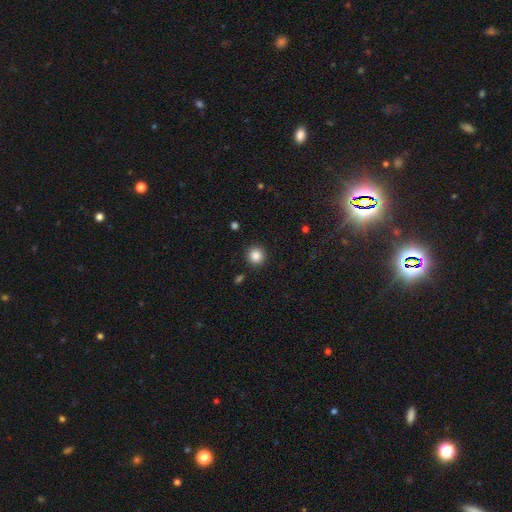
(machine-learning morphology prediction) The model was most divided on "smooth or featured": smooth: 85%, star or artifact: 11%, featured or disk: 4%. More confident: how rounded — round (94%); merging — none (91%).